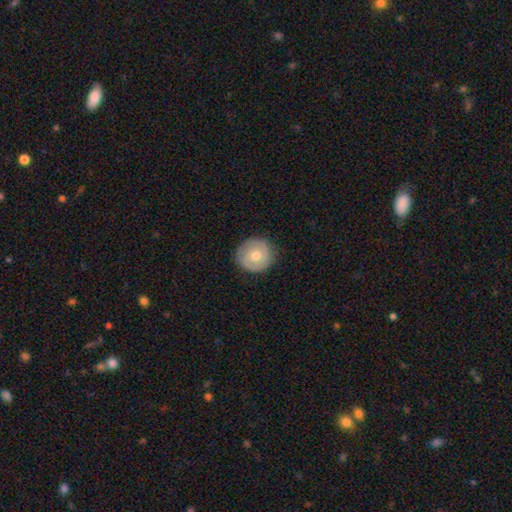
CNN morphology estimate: Q: Smooth or featured?
A: smooth (51%); runner-up: featured or disk (42%)
Q: How rounded?
A: round (91%); runner-up: in between (8%)
Q: Merging?
A: none (86%); runner-up: minor disturbance (11%)